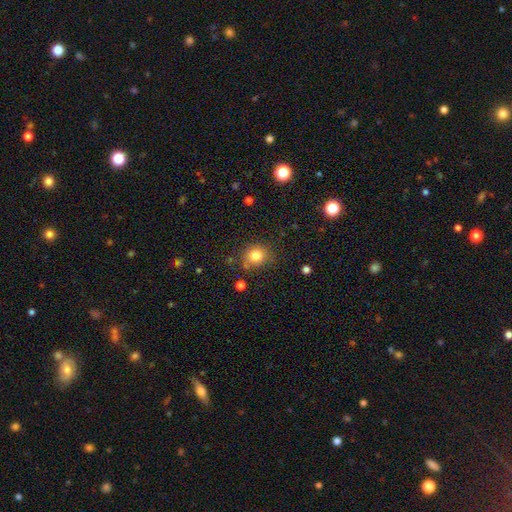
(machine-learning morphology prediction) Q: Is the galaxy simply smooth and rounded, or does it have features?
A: smooth — 81%.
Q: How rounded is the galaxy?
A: round — 83%.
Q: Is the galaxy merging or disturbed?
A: none — 79%.